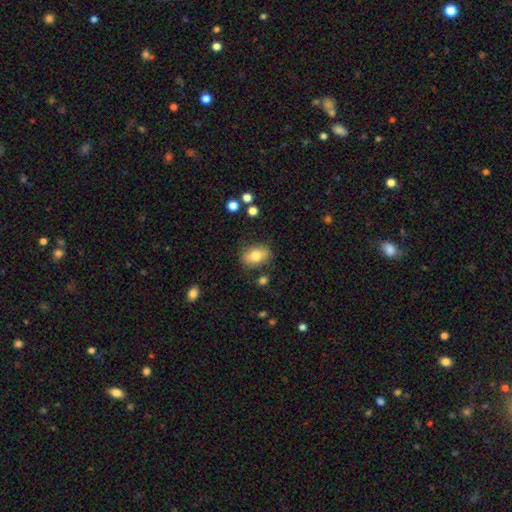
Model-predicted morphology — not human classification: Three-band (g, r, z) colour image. It shows a smooth galaxy with no disk features (74%) that is in between round and cigar-shaped (79%). Merging: none (79%).